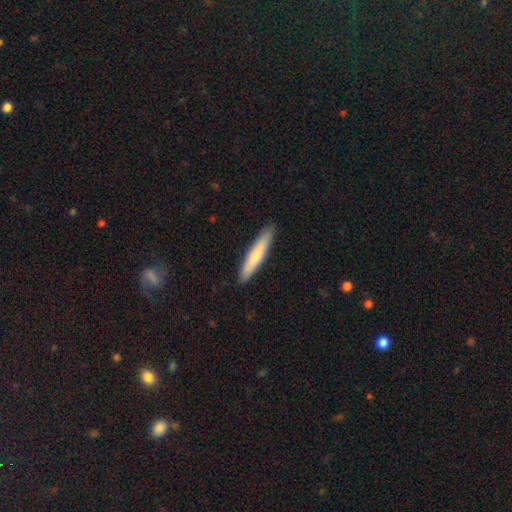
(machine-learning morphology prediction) smooth-or-featured: smooth: 70% | featured or disk: 25% | star or artifact: 5%
  how-rounded: cigar-shaped: 92% | in between: 7% | round: 1%
  merging: none: 90% | minor disturbance: 7% | major disturbance: 1% | merger: 1%